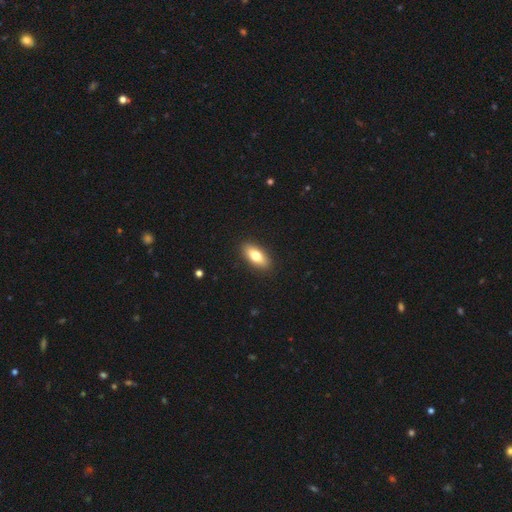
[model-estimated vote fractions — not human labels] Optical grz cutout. It shows a smooth galaxy with no disk features (76%) that is in between round and cigar-shaped (84%). Merging: none (90%).